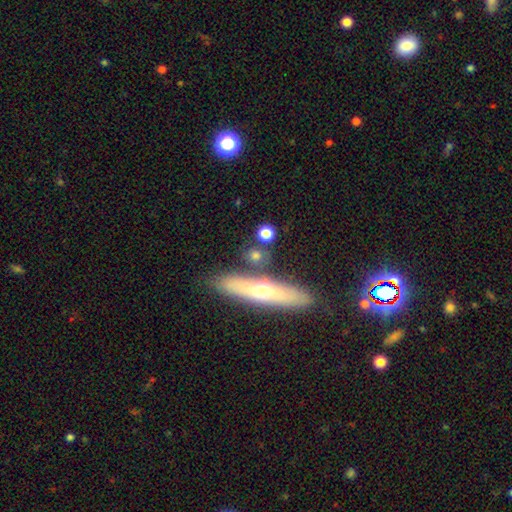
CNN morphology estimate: Overall: smooth (66%). How rounded: round (44%; cigar-shaped 35%). Merging: none (76%).